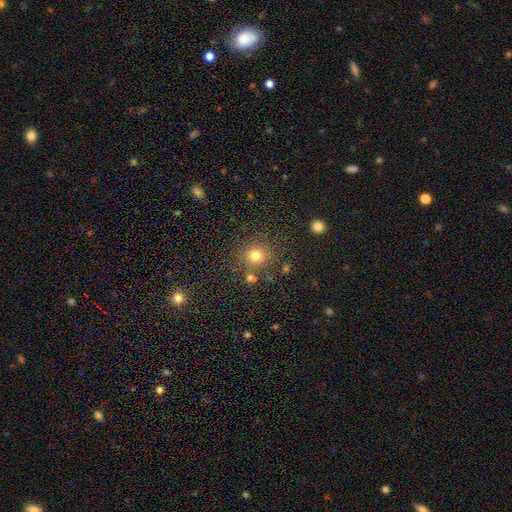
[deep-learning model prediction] Overall: smooth (77%). How rounded: round (90%). Merging: none (79%).